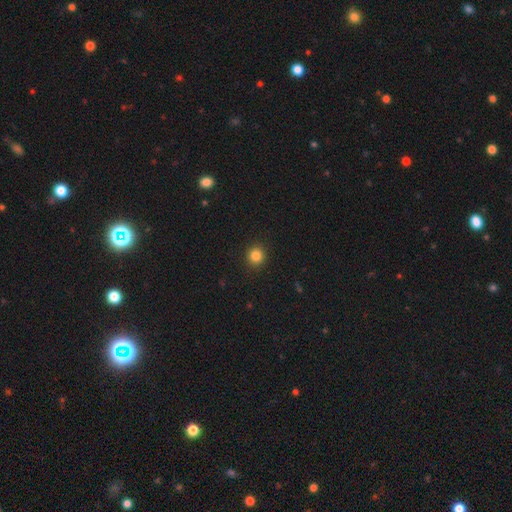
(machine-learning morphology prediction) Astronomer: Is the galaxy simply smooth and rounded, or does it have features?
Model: smooth — 84%.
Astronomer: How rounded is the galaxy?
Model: round — 91%.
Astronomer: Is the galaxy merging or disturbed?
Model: none — 92%.